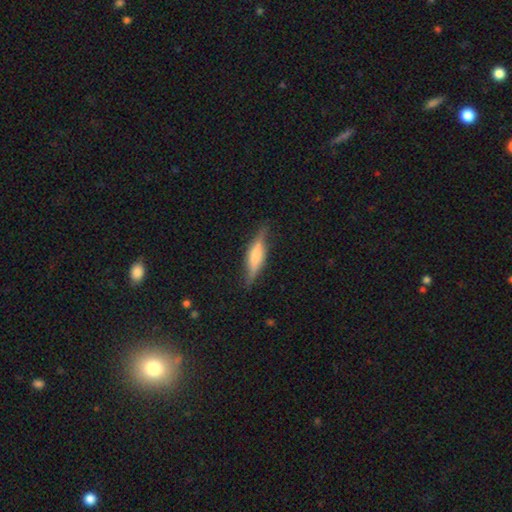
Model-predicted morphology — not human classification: Smooth or featured?
  - featured or disk: 55% *
  - smooth: 38%
  - star or artifact: 7%
Edge-on disk?
  - yes: 91% *
  - no: 9%
Merging?
  - none: 78% *
  - minor disturbance: 16%
  - major disturbance: 4%
  - merger: 1%